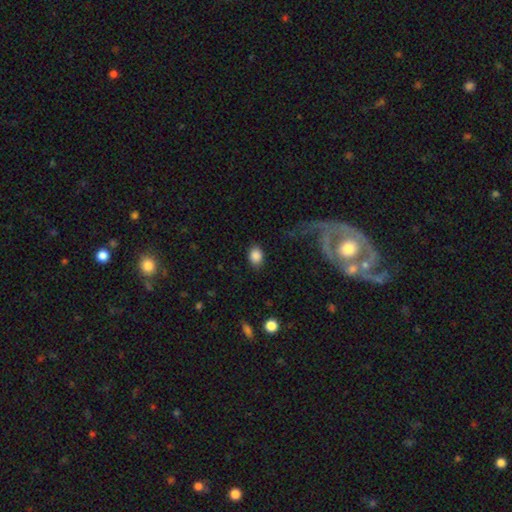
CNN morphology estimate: Smooth or featured? Predicted: smooth (p=0.86). How rounded? Predicted: in between (p=0.68). Merging? Predicted: none (p=0.83).